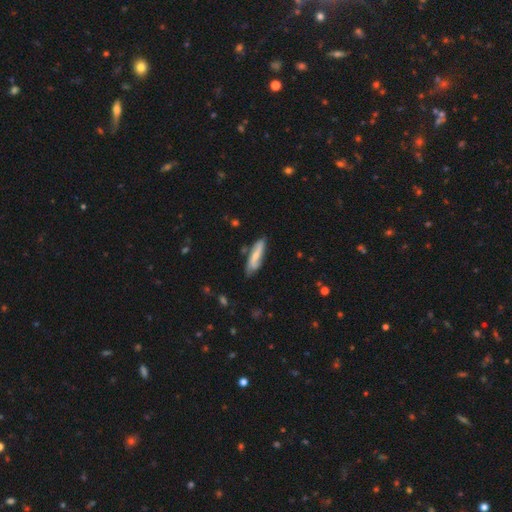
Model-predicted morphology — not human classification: This appears to be a smooth galaxy with no disk features (50%) that is cigar-shaped (65%). Merging: none (69%).